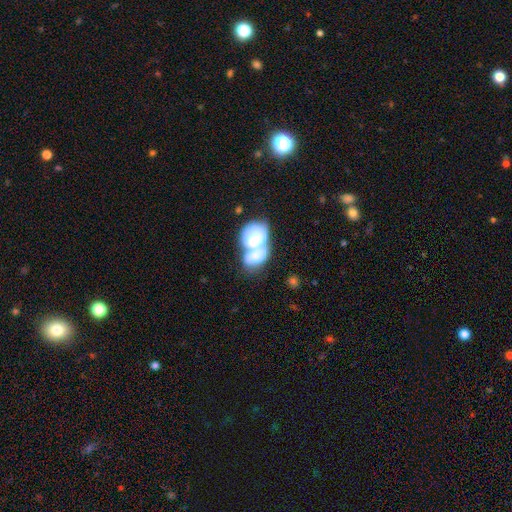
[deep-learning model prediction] Smooth or featured: smooth — 46% (featured or disk — 45%)
Merging: merger — 78% (major disturbance — 8%)